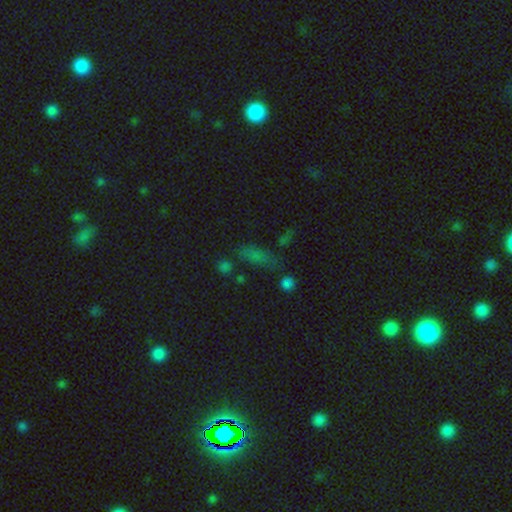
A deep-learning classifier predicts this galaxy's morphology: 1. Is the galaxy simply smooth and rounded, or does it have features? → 59% smooth, 31% star or artifact, 10% featured or disk.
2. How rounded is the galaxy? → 66% in between, 23% cigar-shaped, 11% round.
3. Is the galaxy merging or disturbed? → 62% none, 18% minor disturbance, 11% merger, 9% major disturbance.